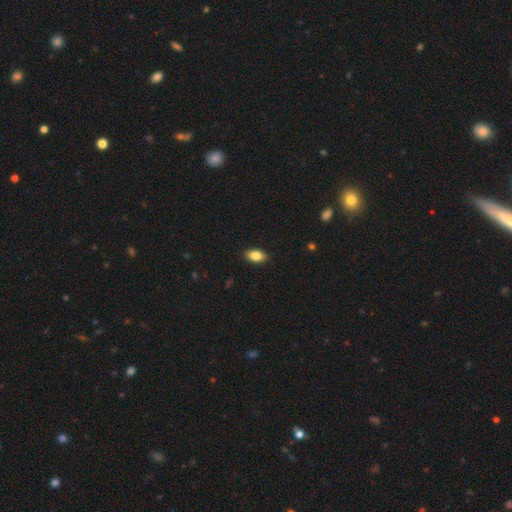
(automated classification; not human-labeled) smooth 85%, star or artifact 8%, featured or disk 7%. Down the decision tree: how rounded — in between (91%); merging — none (89%).